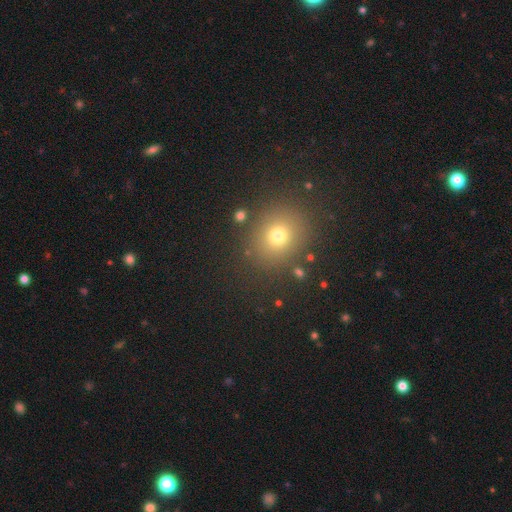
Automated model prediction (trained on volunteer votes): Overall: smooth (66%; star or artifact 26%). How rounded: round (75%). Merging: none (88%).